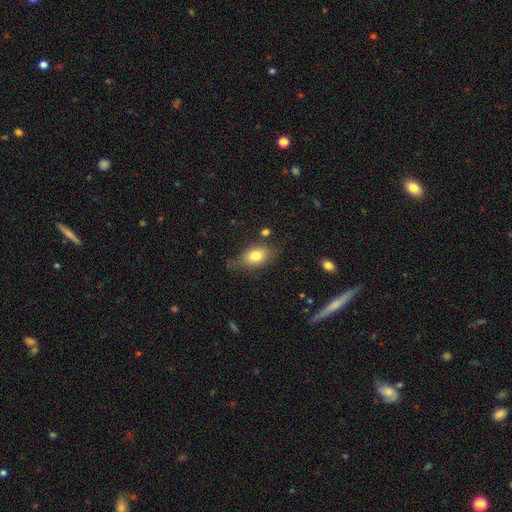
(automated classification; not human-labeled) The model was most divided on "merging": none: 61%, minor disturbance: 27%, major disturbance: 9%, merger: 3%. More confident: how rounded — in between (81%); smooth or featured — smooth (76%).